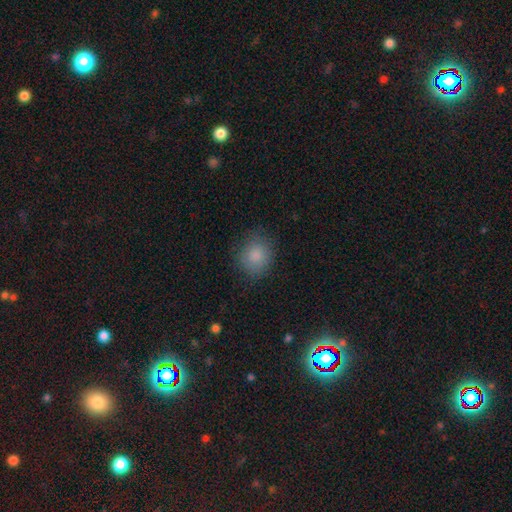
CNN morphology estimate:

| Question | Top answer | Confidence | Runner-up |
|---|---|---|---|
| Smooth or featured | smooth | 85% | star or artifact (9%) |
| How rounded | round | 75% | in between (24%) |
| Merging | none | 80% | minor disturbance (14%) |